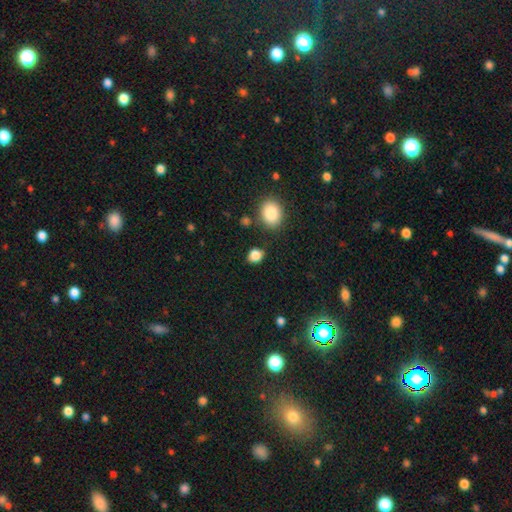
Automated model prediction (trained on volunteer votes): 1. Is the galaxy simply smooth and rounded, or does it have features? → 85% smooth, 11% star or artifact, 4% featured or disk.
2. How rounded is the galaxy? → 51% round, 48% in between, 1% cigar-shaped.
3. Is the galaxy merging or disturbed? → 75% none, 16% minor disturbance, 5% merger, 5% major disturbance.